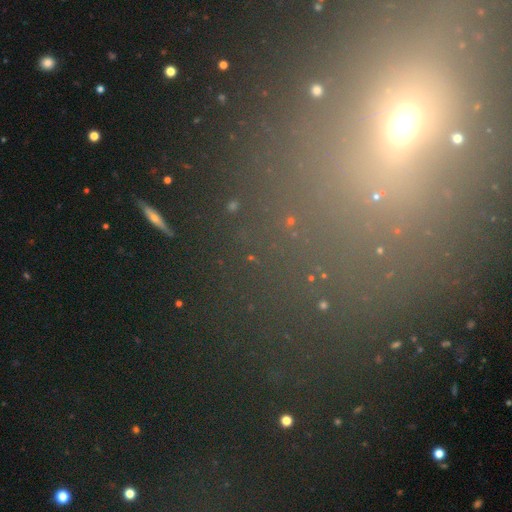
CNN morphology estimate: smooth_or_featured: star or artifact (p=0.58) [alt: smooth p=0.28]